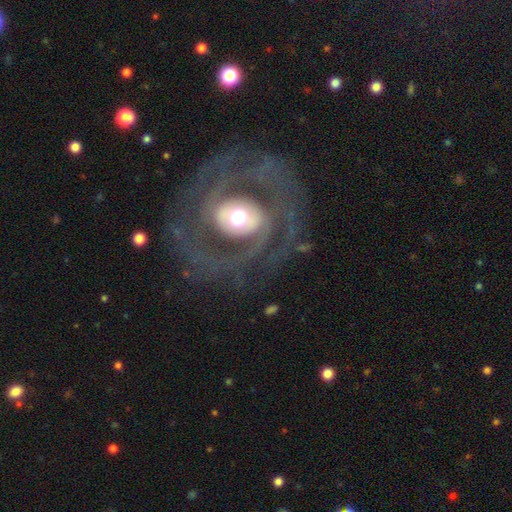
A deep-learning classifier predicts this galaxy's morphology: This appears to be a featured or disk galaxy (85%) with no bar (50%), 2 (62%) tight (51%) spiral arms (84%) and a moderate central bulge (56%). Merging: none (77%).